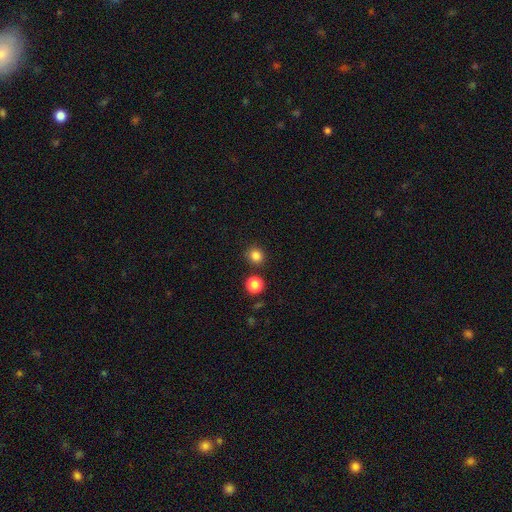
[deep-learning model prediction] Smooth or featured? Predicted: smooth (p=0.84). How rounded? Predicted: round (p=0.88). Merging? Predicted: none (p=0.86).